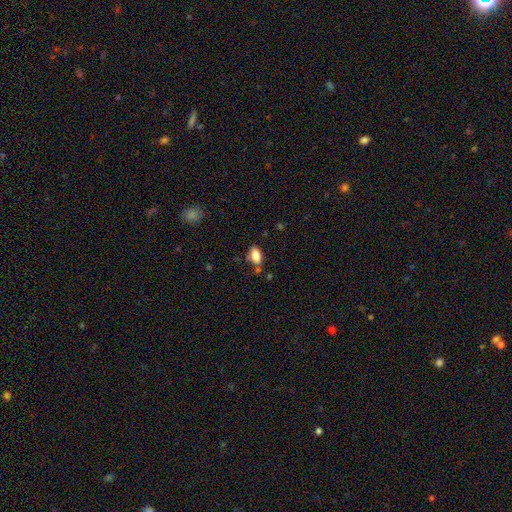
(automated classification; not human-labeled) smooth 83%, featured or disk 9%, star or artifact 8%. Down the decision tree: how rounded — in between (90%); merging — none (72%).